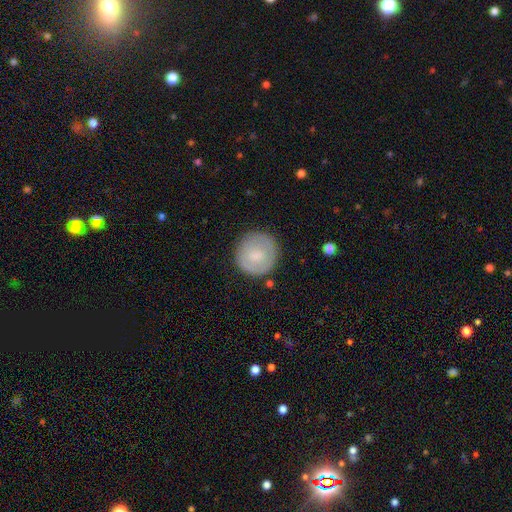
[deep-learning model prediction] Smooth or featured?
  - smooth: 69% *
  - featured or disk: 24%
  - star or artifact: 6%
How rounded?
  - round: 94% *
  - in between: 5%
  - cigar-shaped: 1%
Merging?
  - none: 84% *
  - minor disturbance: 11%
  - major disturbance: 3%
  - merger: 2%